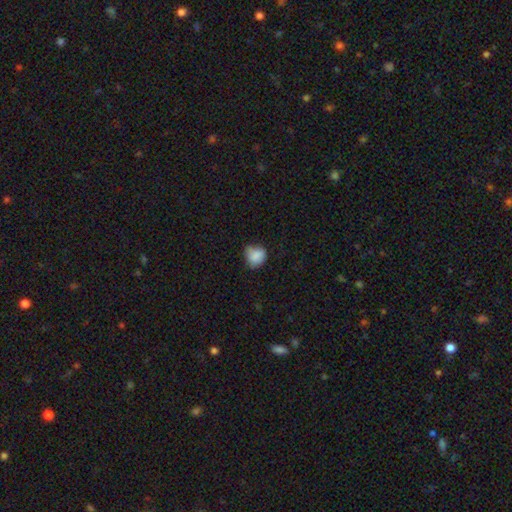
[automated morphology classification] type=smooth (84%); roundness=round (73%); merging=none (59%).